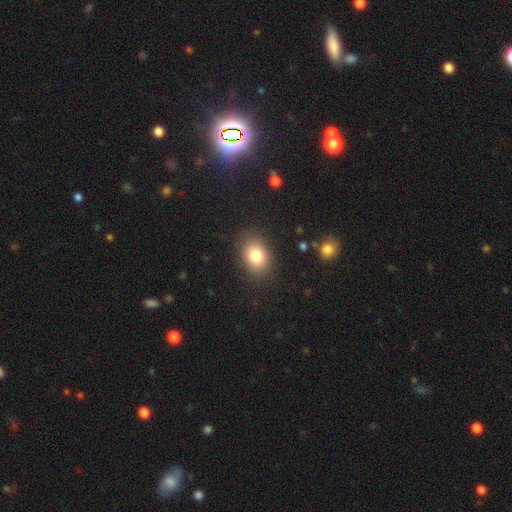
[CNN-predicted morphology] A smooth galaxy with no disk features (82%) that is in between round and cigar-shaped (67%).

Vote fractions:
- Smooth or featured? smooth: 82% / star or artifact: 10% / featured or disk: 9%
- How rounded? in between: 67% / round: 32% / cigar-shaped: 1%
- Merging? none: 85% / minor disturbance: 10% / major disturbance: 3% / merger: 1%